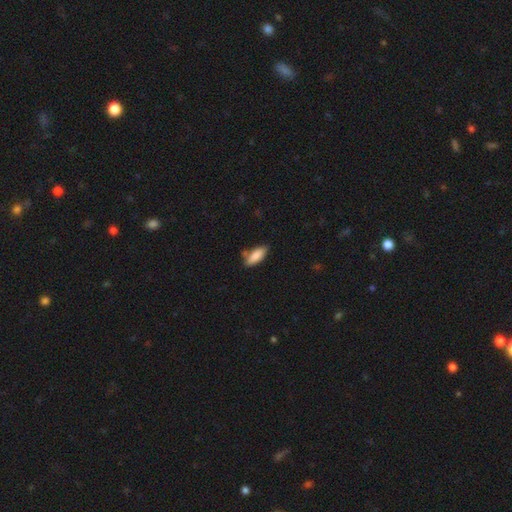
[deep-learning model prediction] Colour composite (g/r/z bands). It shows a smooth galaxy with no disk features (85%) that is in between round and cigar-shaped (73%). Merging: none (69%).